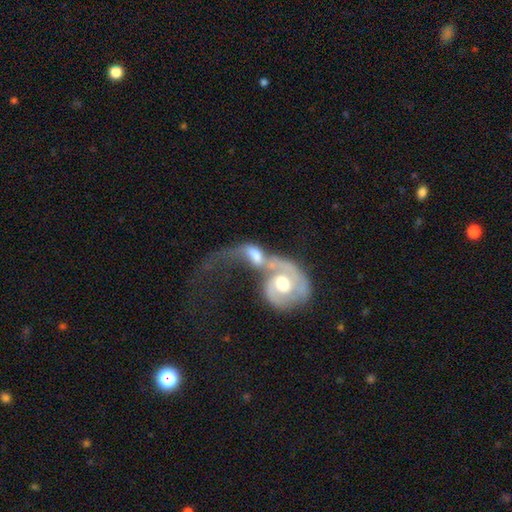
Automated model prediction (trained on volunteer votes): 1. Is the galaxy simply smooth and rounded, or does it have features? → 67% featured or disk, 26% smooth, 7% star or artifact.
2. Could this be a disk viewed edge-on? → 94% no, 6% yes.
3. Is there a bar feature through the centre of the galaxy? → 58% no, 29% weak, 13% strong.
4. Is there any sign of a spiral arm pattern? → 78% yes, 22% no.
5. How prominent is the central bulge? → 60% moderate, 26% large, 9% small, 3% none, 3% dominant.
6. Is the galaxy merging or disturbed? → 75% merger, 13% major disturbance, 8% none, 5% minor disturbance.